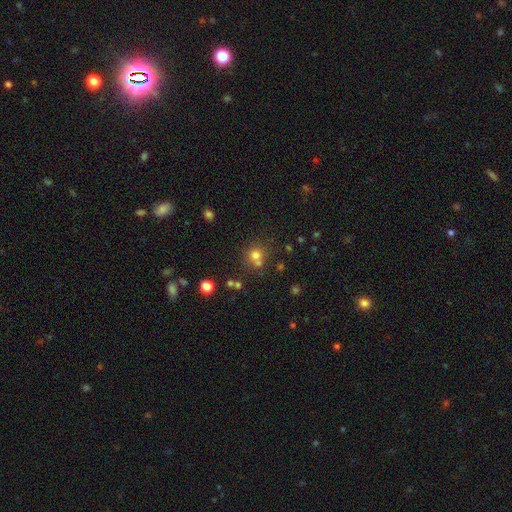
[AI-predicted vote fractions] Smooth or featured? Predicted: smooth (p=0.71). How rounded? Predicted: round (p=0.87). Merging? Predicted: none (p=0.59).